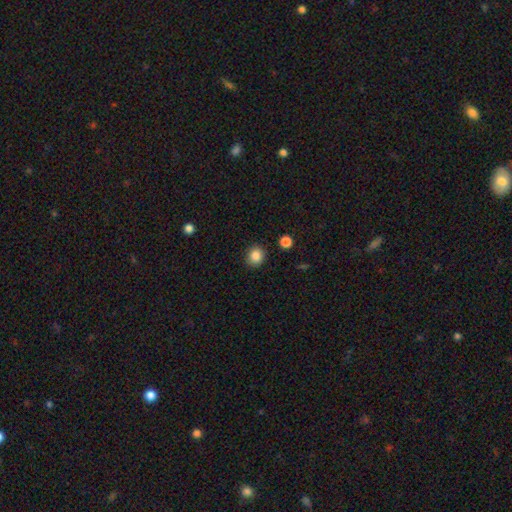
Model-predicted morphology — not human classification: Smooth or featured?
  - smooth: 86% *
  - star or artifact: 10%
  - featured or disk: 4%
How rounded?
  - round: 76% *
  - in between: 24%
  - cigar-shaped: 1%
Merging?
  - none: 89% *
  - minor disturbance: 7%
  - major disturbance: 2%
  - merger: 2%